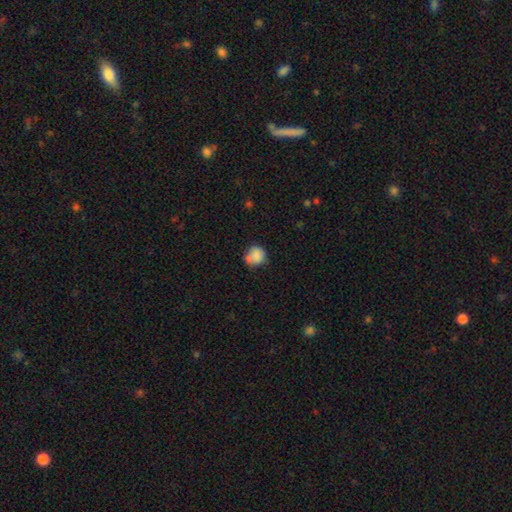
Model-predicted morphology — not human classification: Smooth or featured?
  - smooth: 82% *
  - featured or disk: 9%
  - star or artifact: 9%
How rounded?
  - round: 80% *
  - in between: 19%
  - cigar-shaped: 1%
Merging?
  - none: 56% *
  - minor disturbance: 24%
  - merger: 14%
  - major disturbance: 6%